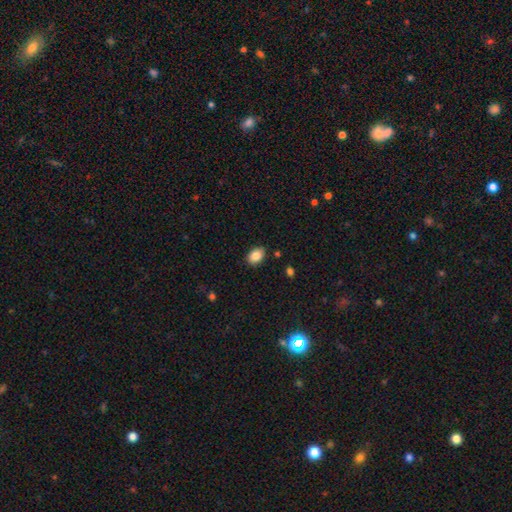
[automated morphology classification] smooth_or_featured: smooth (p=0.86) [alt: star or artifact p=0.08]
how_rounded: in between (p=0.80) [alt: round p=0.19]
merging: none (p=0.87) [alt: minor disturbance p=0.10]